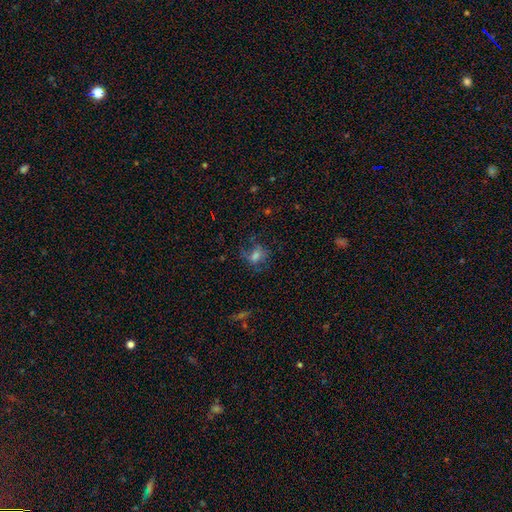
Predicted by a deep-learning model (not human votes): smooth_or_featured: smooth (p=0.44) [alt: featured or disk p=0.30]
merging: none (p=0.57) [alt: major disturbance p=0.20]